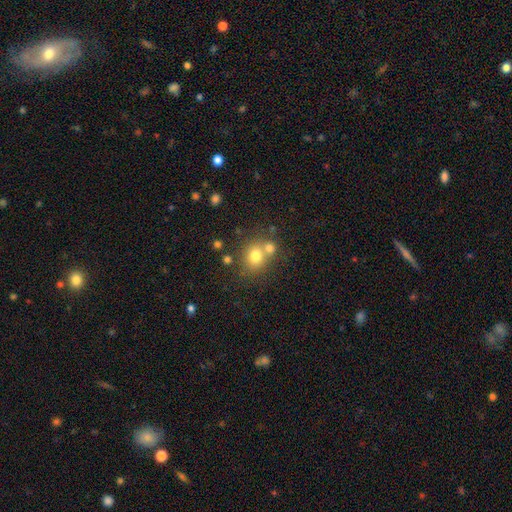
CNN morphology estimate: Smooth or featured? Predicted: smooth (p=0.74). How rounded? Predicted: round (p=0.76). Merging? Predicted: none (p=0.50).